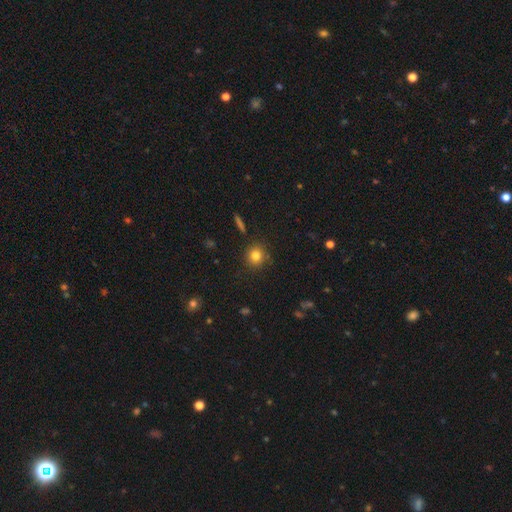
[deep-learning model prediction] Overall: smooth (80%). How rounded: round (89%). Merging: none (88%).